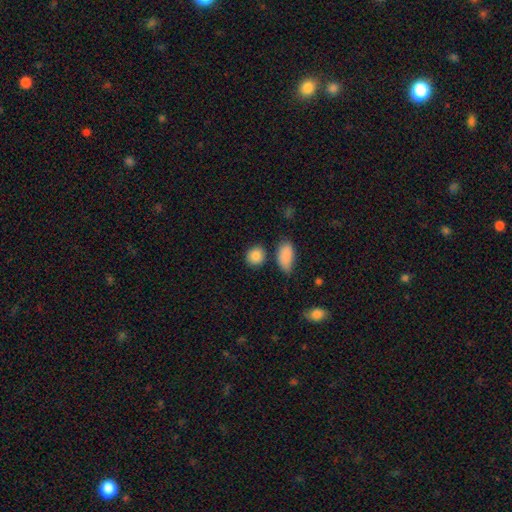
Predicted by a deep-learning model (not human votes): smooth-or-featured: smooth: 88% | star or artifact: 8% | featured or disk: 4%
  how-rounded: round: 66% | in between: 32% | cigar-shaped: 2%
  merging: none: 77% | minor disturbance: 12% | merger: 8% | major disturbance: 3%